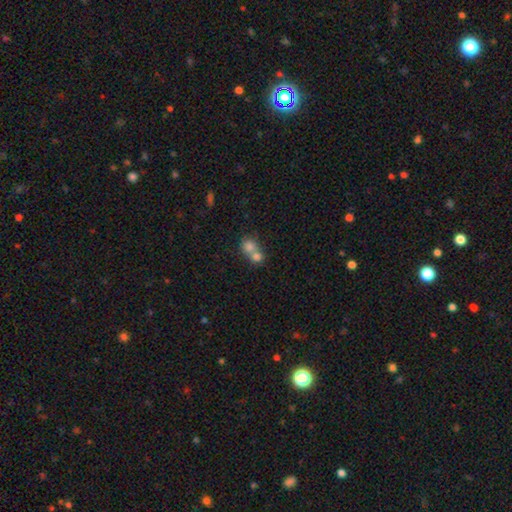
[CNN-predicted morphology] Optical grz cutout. It shows a smooth galaxy with no disk features (76%) that is round (78%). Merging: merger (65%).